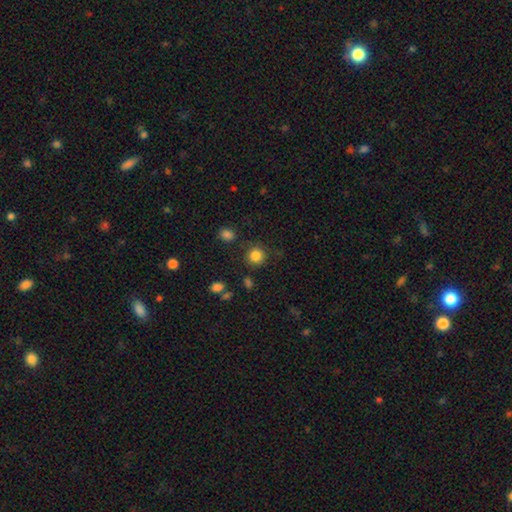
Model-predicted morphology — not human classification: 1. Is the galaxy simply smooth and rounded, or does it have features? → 84% smooth, 11% star or artifact, 5% featured or disk.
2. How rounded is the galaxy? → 92% round, 7% in between, 1% cigar-shaped.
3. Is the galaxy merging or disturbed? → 84% none, 9% minor disturbance, 4% major disturbance, 3% merger.